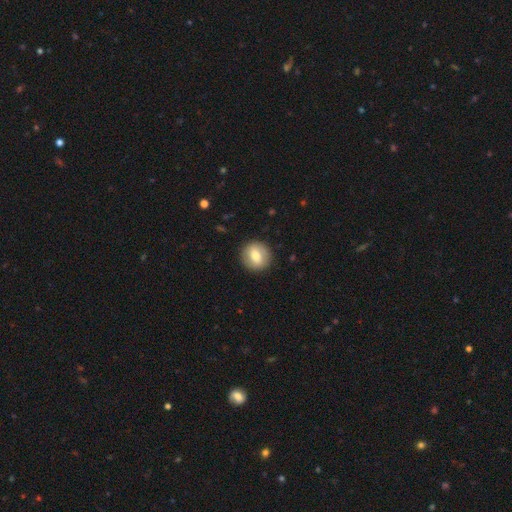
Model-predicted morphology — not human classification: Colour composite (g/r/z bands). It shows a smooth galaxy with no disk features (66%) that is round (83%). Merging: none (88%).